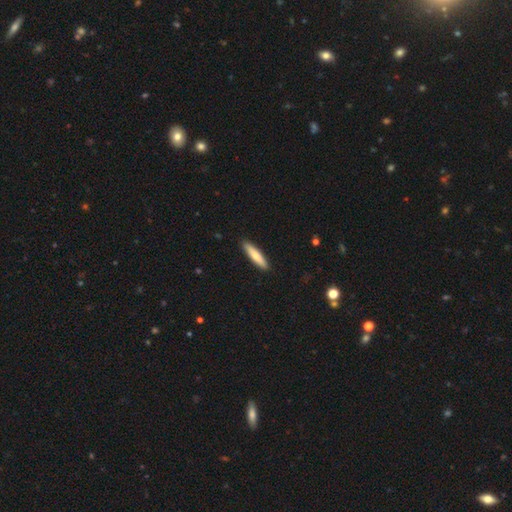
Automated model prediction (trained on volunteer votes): Morphology: type=smooth (69%); roundness=cigar-shaped (83%); merging=none (91%).